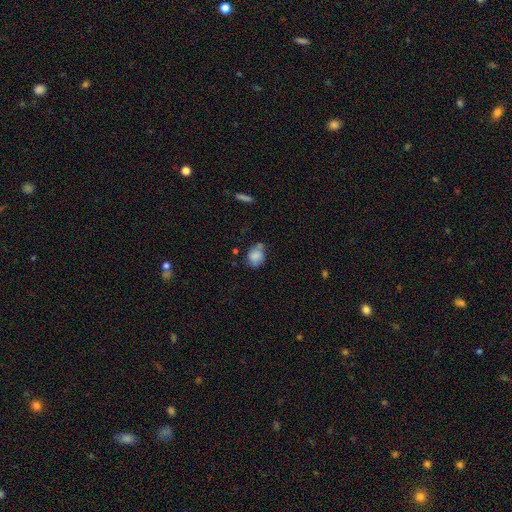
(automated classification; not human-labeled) The model was most divided on "how rounded": round: 51%, in between: 48%, cigar-shaped: 1%. Remaining: smooth or featured — smooth (77%); merging — none (49%).